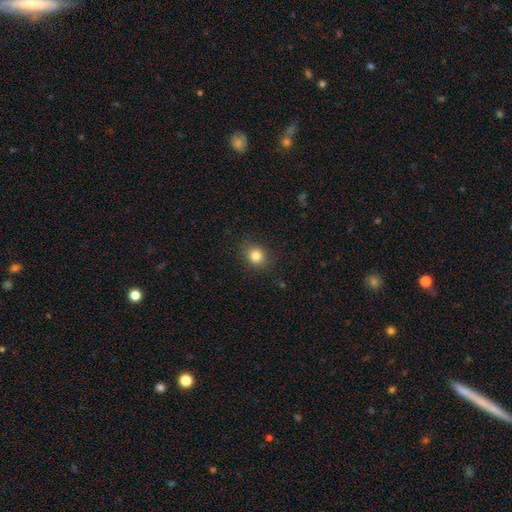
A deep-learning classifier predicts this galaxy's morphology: Smooth or featured?
  - smooth: 82% *
  - star or artifact: 11%
  - featured or disk: 6%
How rounded?
  - round: 70% *
  - in between: 29%
  - cigar-shaped: 1%
Merging?
  - none: 87% *
  - minor disturbance: 9%
  - major disturbance: 3%
  - merger: 1%